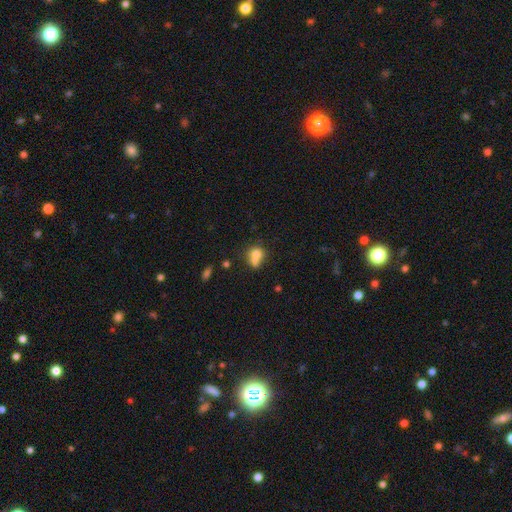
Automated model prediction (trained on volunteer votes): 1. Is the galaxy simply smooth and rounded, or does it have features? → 72% smooth, 17% featured or disk, 11% star or artifact.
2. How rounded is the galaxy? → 68% round, 31% in between, 1% cigar-shaped.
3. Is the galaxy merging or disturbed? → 51% merger, 31% none, 11% minor disturbance, 6% major disturbance.